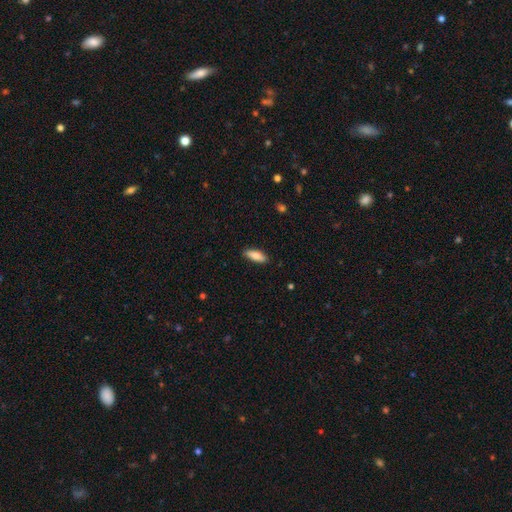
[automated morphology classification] type=smooth (83%); roundness=in between (66%); merging=none (88%).